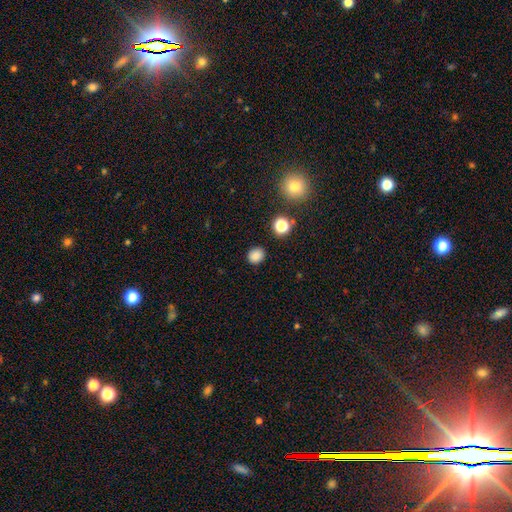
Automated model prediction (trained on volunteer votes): This appears to be a smooth galaxy with no disk features (83%) that is round (74%). Merging: none (87%).